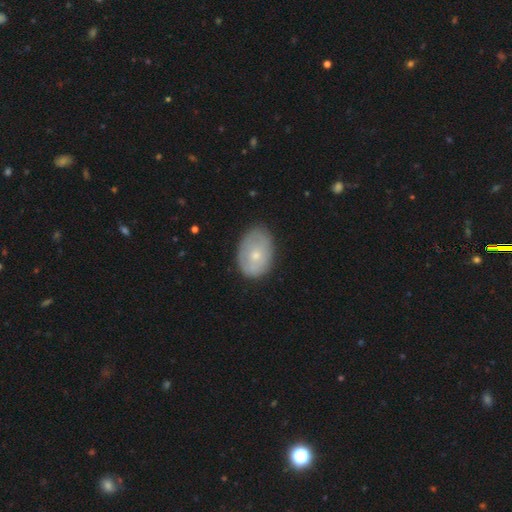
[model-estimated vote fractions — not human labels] The model was most divided on "smooth or featured": smooth: 58%, featured or disk: 35%, star or artifact: 7%. More confident: how rounded — in between (82%); merging — none (73%).